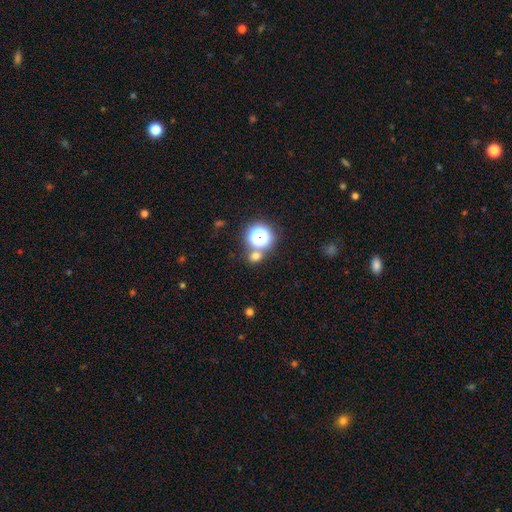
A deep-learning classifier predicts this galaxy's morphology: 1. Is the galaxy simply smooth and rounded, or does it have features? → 62% smooth, 31% star or artifact, 7% featured or disk.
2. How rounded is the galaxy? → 78% round, 21% in between, 1% cigar-shaped.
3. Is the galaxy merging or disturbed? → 69% none, 18% merger, 9% minor disturbance, 4% major disturbance.